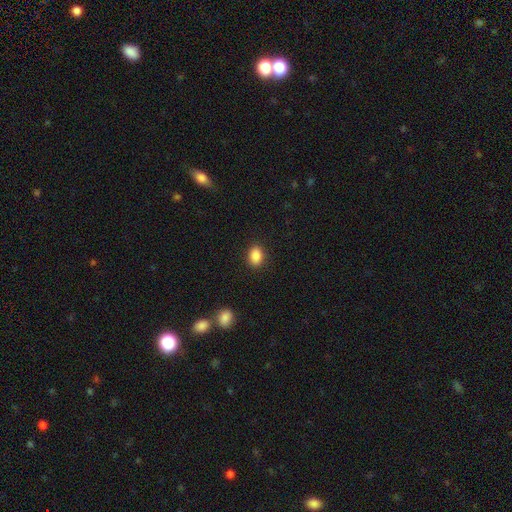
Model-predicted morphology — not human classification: Smooth or featured: smooth — 88% (star or artifact — 8%)
How rounded: in between — 72% (round — 27%)
Merging: none — 89% (minor disturbance — 7%)